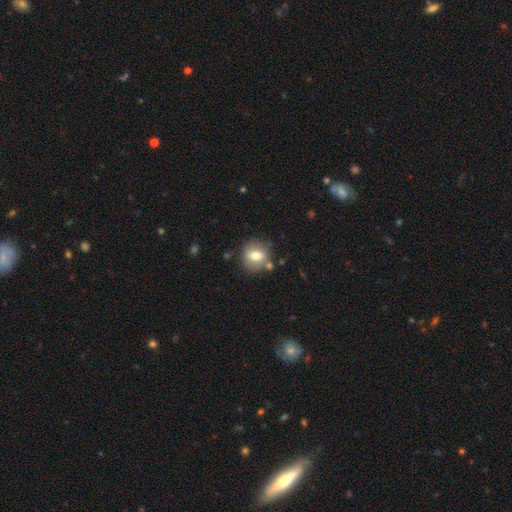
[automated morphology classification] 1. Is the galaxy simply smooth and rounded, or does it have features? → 71% smooth, 20% featured or disk, 9% star or artifact.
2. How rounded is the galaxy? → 82% round, 17% in between, 1% cigar-shaped.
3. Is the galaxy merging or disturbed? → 78% none, 12% minor disturbance, 7% merger, 3% major disturbance.